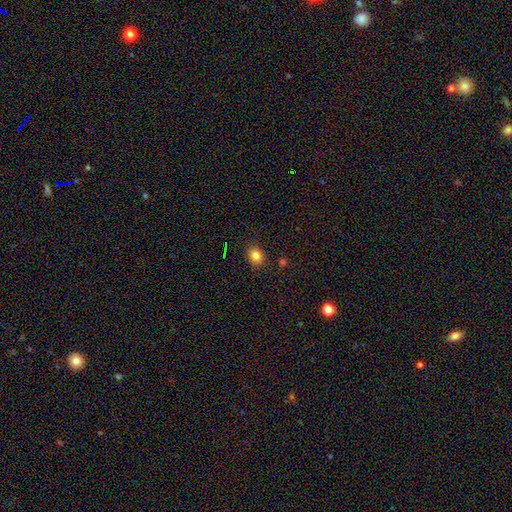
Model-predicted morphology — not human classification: This appears to be a smooth galaxy with no disk features (82%) that is round (59%). Merging: none (82%).